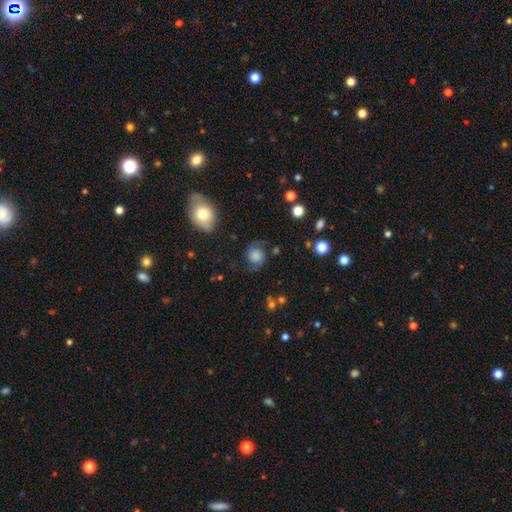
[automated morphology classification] Smooth or featured: smooth — 46% (featured or disk — 43%)
Merging: none — 67% (minor disturbance — 20%)